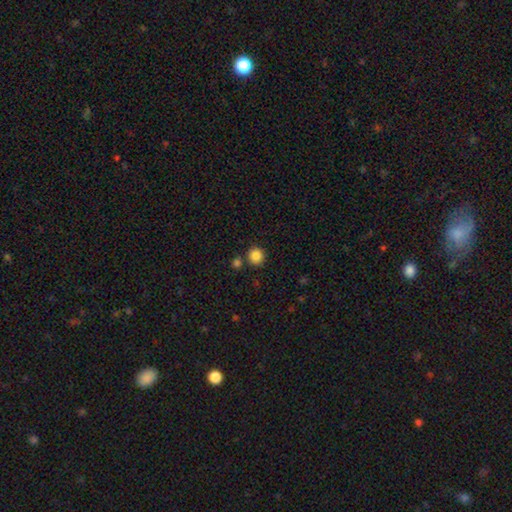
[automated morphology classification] This is clearly a smooth galaxy (86%). How rounded: clearly round (90%). Merging: clearly none (81%).